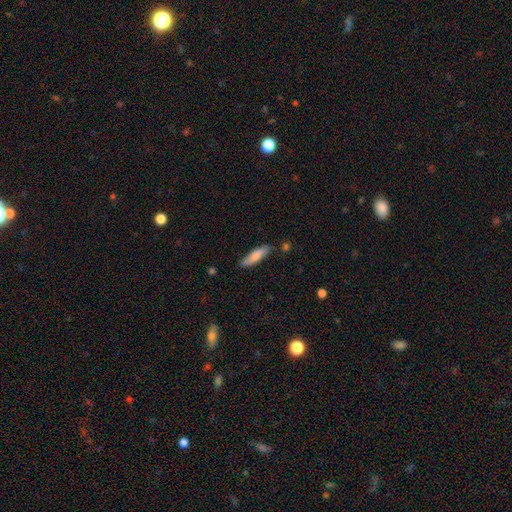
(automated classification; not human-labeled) Morphology: type=smooth (79%); roundness=cigar-shaped (67%); merging=none (81%).